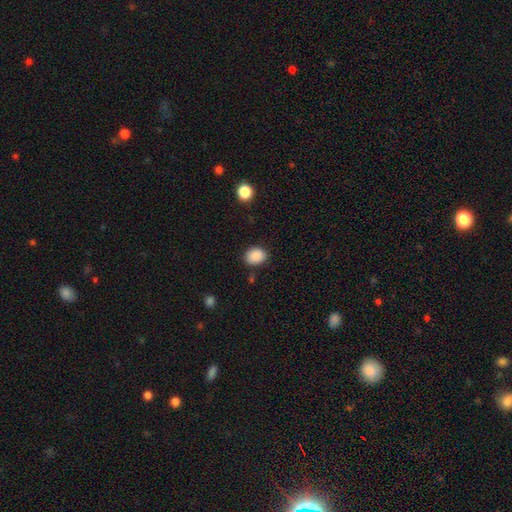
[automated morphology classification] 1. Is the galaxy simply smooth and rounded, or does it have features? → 89% smooth, 8% star or artifact, 3% featured or disk.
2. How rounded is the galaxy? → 59% in between, 40% round, 1% cigar-shaped.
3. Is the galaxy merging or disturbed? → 82% none, 12% minor disturbance, 3% major disturbance, 2% merger.